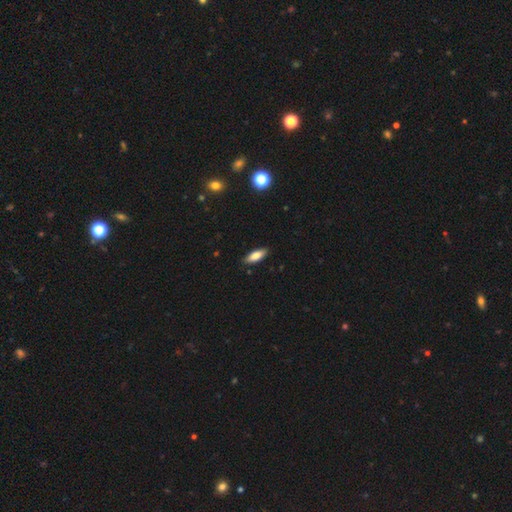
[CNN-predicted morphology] Smooth or featured?
  - smooth: 79% *
  - featured or disk: 15%
  - star or artifact: 7%
How rounded?
  - in between: 66% *
  - cigar-shaped: 32%
  - round: 2%
Merging?
  - none: 87% *
  - minor disturbance: 10%
  - major disturbance: 2%
  - merger: 1%